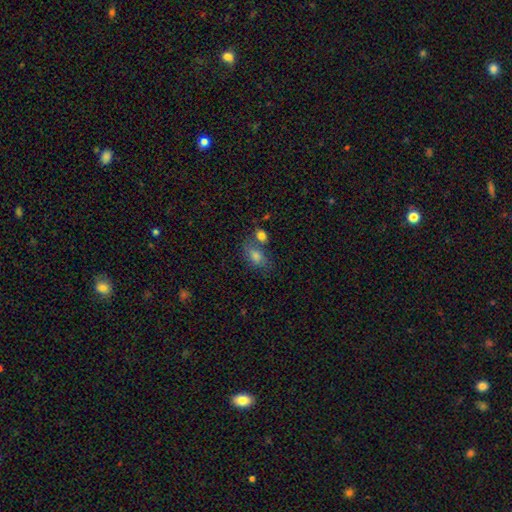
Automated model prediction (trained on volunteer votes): A smooth galaxy with no disk features (71%) that is in between round and cigar-shaped (77%). Merging: none (50%).